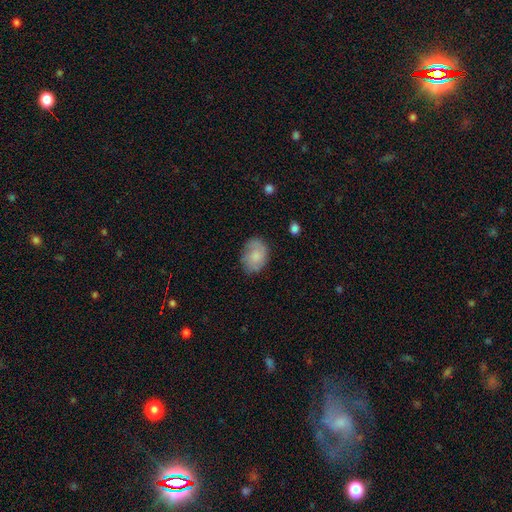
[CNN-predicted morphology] smooth-or-featured: smooth: 72% | featured or disk: 21% | star or artifact: 7%
  how-rounded: in between: 68% | round: 31% | cigar-shaped: 1%
  merging: none: 71% | minor disturbance: 22% | major disturbance: 6% | merger: 2%